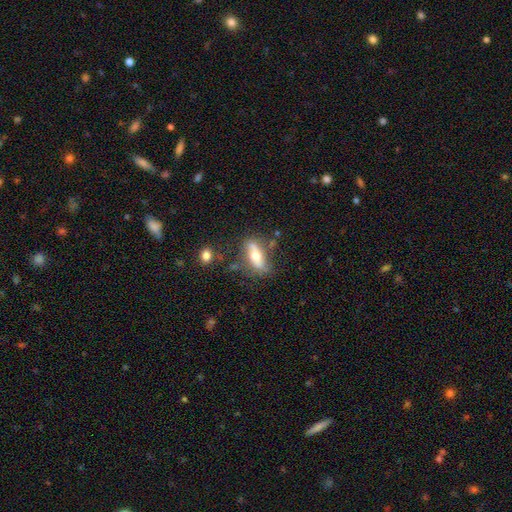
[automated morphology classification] The model was most divided on "smooth or featured": smooth: 53%, featured or disk: 40%, star or artifact: 7%. More confident: how rounded — in between (67%); merging — none (67%).